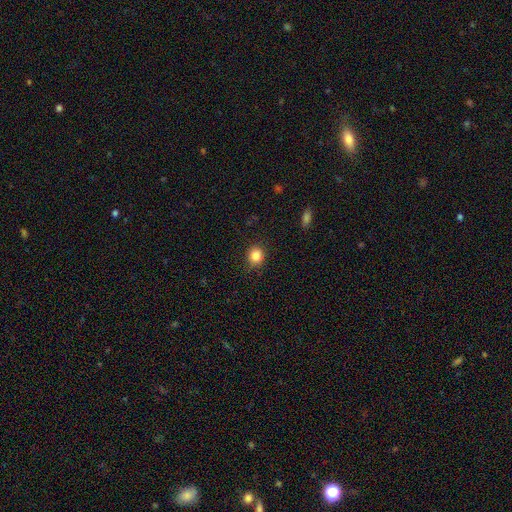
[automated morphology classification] type=smooth (85%); roundness=round (78%); merging=none (87%).